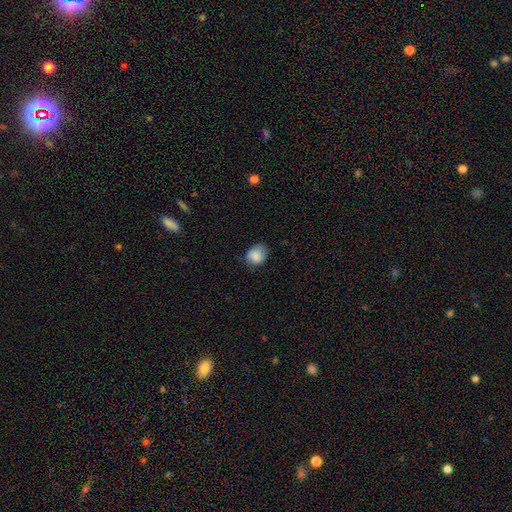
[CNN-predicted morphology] Smooth or featured? smooth (85%)
How rounded? round (59%)
Merging? none (65%)